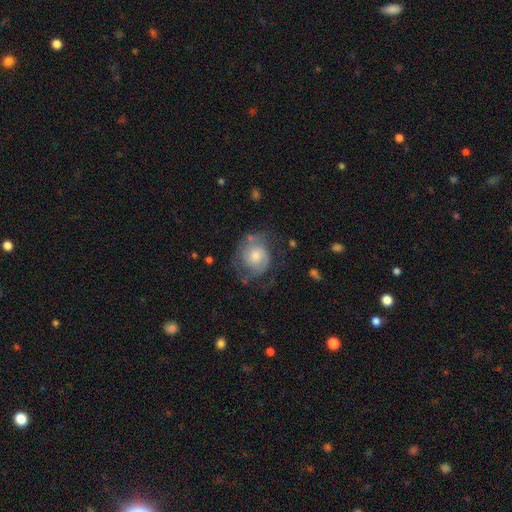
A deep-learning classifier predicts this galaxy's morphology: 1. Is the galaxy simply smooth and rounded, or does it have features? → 57% featured or disk, 36% smooth, 7% star or artifact.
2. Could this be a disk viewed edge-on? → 97% no, 3% yes.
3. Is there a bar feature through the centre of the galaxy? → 76% no, 21% weak, 3% strong.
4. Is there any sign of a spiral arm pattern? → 80% yes, 20% no.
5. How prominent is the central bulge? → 51% moderate, 29% small, 13% large, 4% none, 2% dominant.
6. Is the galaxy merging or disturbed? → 53% none, 25% minor disturbance, 20% major disturbance, 3% merger.